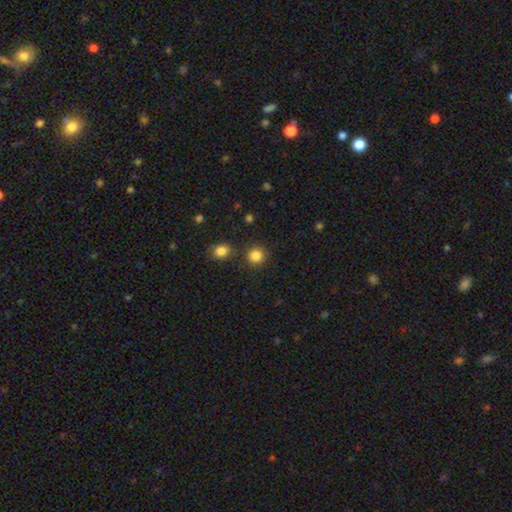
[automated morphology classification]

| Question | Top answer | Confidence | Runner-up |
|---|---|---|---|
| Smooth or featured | smooth | 84% | star or artifact (12%) |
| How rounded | round | 92% | in between (7%) |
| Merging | none | 84% | minor disturbance (7%) |